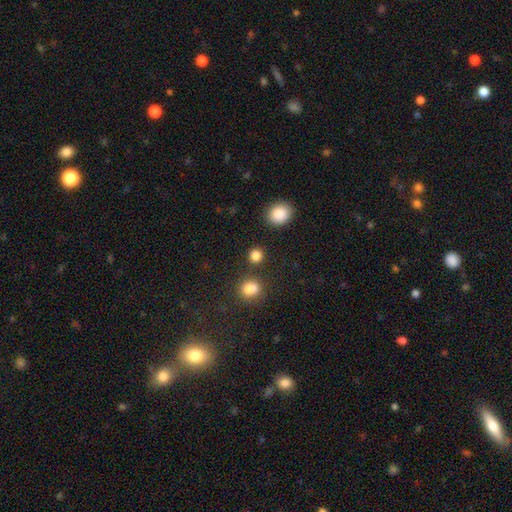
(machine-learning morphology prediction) A smooth galaxy with no disk features (84%) that is round (87%). Merging: none (83%).